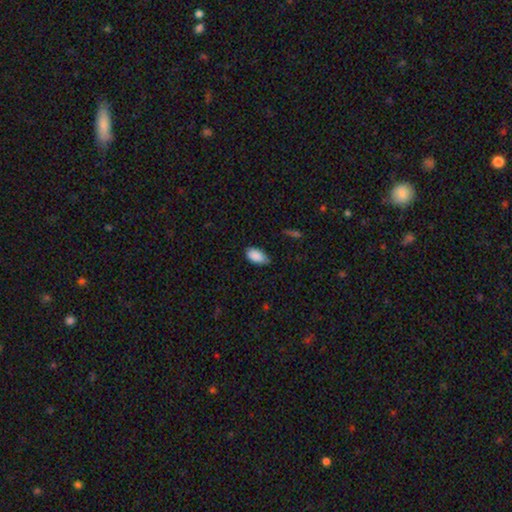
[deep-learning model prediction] The model was most divided on "merging": none: 64%, minor disturbance: 31%, major disturbance: 4%, merger: 1%. More confident: how rounded — in between (94%); smooth or featured — smooth (89%).